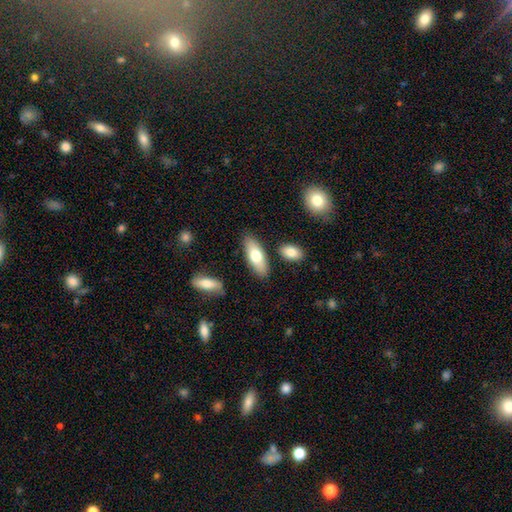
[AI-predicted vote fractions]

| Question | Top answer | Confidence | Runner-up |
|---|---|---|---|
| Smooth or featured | smooth | 72% | featured or disk (22%) |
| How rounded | in between | 71% | cigar-shaped (27%) |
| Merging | none | 83% | minor disturbance (10%) |